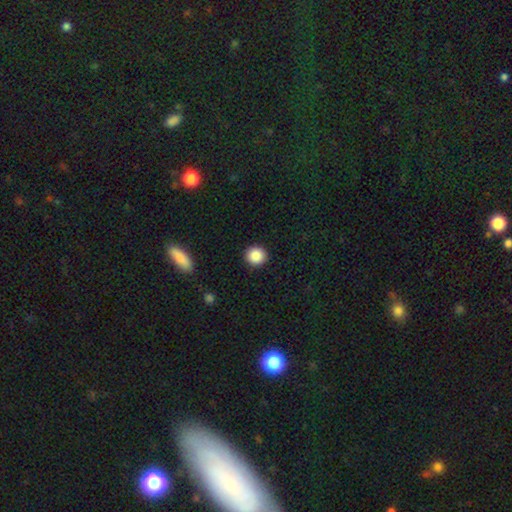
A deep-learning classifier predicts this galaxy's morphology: type=smooth (88%); roundness=round (93%); merging=none (93%).